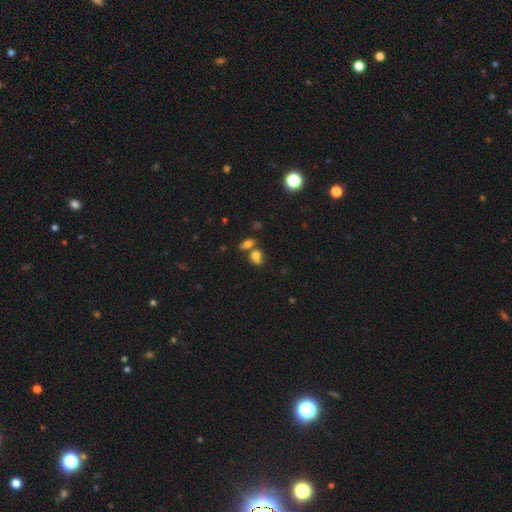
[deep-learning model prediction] Overall: smooth (74%). How rounded: in between (69%). Merging: merger (42%; none 41%).